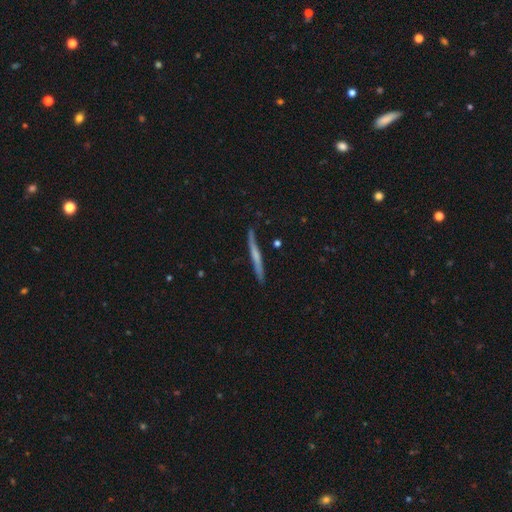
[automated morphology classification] This is possibly a featured or disk galaxy (50%). It is clearly viewed edge-on (96%). Merging: clearly none (85%).